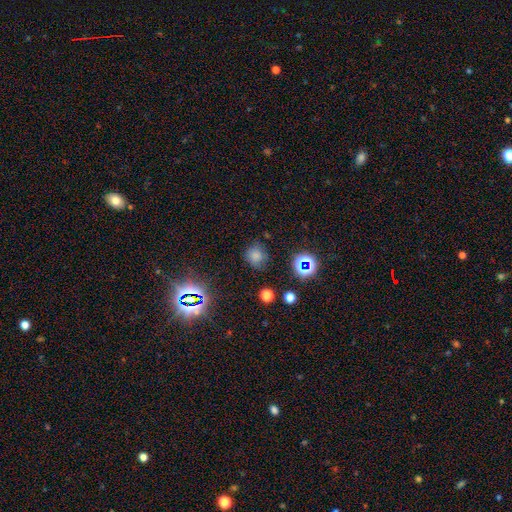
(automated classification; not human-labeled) Overall: smooth (71%). How rounded: round (85%). Merging: none (75%).